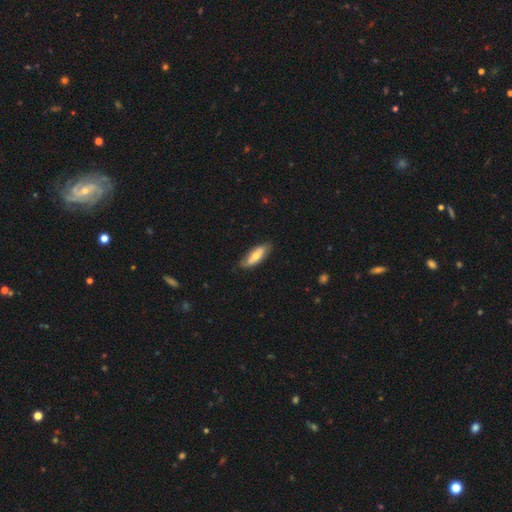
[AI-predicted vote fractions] Smooth or featured? Predicted: smooth (p=0.54). How rounded? Predicted: in between (p=0.66). Merging? Predicted: none (p=0.78).